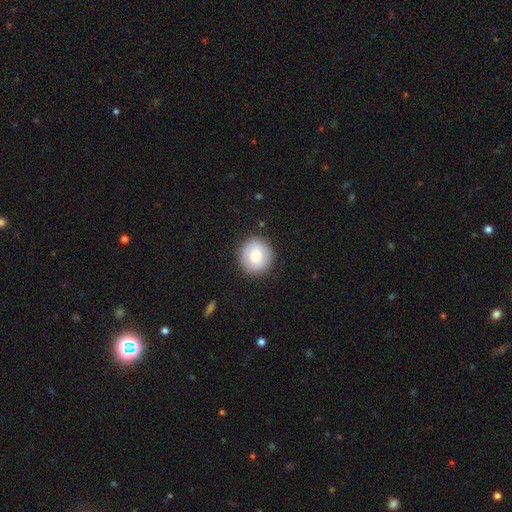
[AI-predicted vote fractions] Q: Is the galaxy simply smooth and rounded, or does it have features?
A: smooth — 74%.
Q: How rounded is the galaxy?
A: round — 94%.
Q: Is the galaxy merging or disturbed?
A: none — 90%.